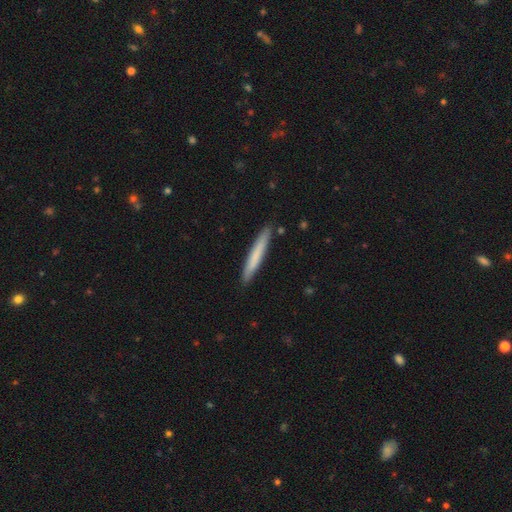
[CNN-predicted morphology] A smooth galaxy with no disk features (71%) that is cigar-shaped (96%).

Vote fractions:
- Smooth or featured? smooth: 71% / featured or disk: 23% / star or artifact: 6%
- How rounded? cigar-shaped: 96% / in between: 3% / round: 1%
- Merging? none: 89% / minor disturbance: 8% / merger: 2% / major disturbance: 1%